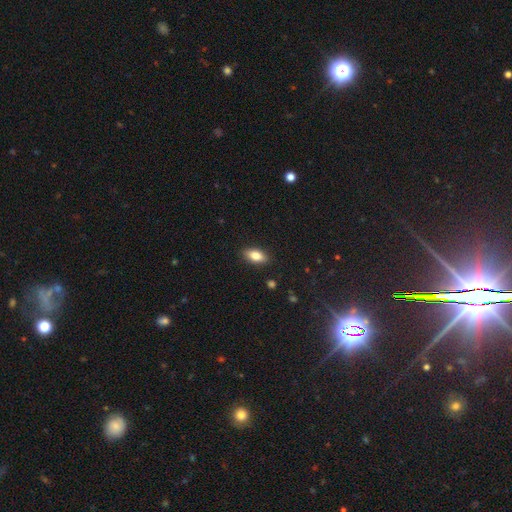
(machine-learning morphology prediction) type=smooth (82%); roundness=in between (89%); merging=none (88%).